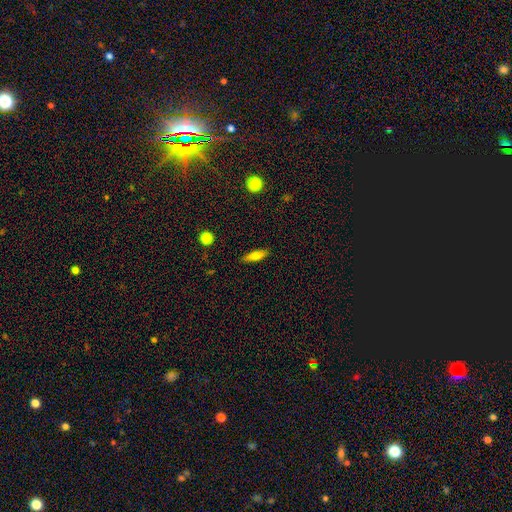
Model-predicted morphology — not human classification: Smooth or featured? Predicted: smooth (p=0.69). How rounded? Predicted: cigar-shaped (p=0.60). Merging? Predicted: none (p=0.87).